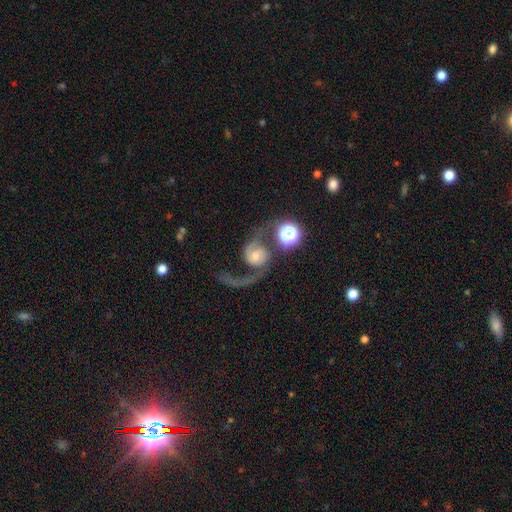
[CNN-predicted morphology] Smooth or featured?
  - featured or disk: 78% *
  - smooth: 13%
  - star or artifact: 9%
Edge-on disk?
  - no: 98% *
  - yes: 2%
Bar?
  - no: 65% *
  - weak: 27%
  - strong: 7%
Spiral arms?
  - yes: 94% *
  - no: 6%
Spiral winding?
  - loose: 67% *
  - medium: 26%
  - tight: 7%
Spiral arm count?
  - 2: 72% *
  - 1: 23%
  - can't tell: 2%
  - 3: 1%
  - 4: 1%
  - more than 4: 1%
Bulge size?
  - moderate: 42% *
  - small: 37%
  - large: 11%
  - none: 6%
  - dominant: 4%
Merging?
  - none: 38% *
  - major disturbance: 32%
  - merger: 16%
  - minor disturbance: 14%